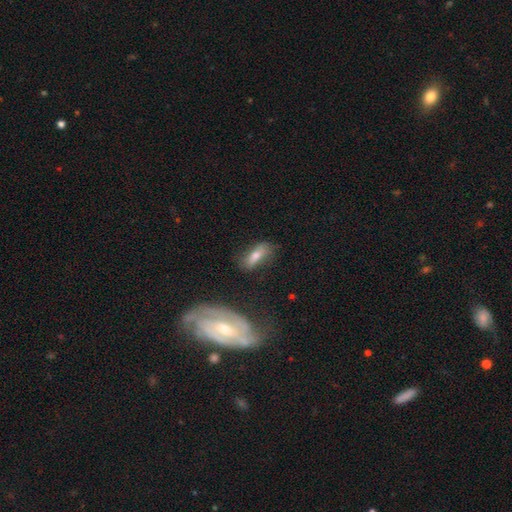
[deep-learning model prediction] Morphology: type=smooth (60%); roundness=in between (62%); merging=none (68%).